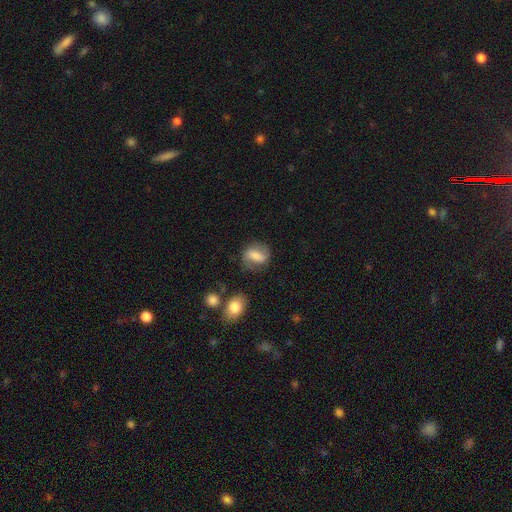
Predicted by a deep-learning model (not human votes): A featured or disk galaxy (50%).

Vote fractions:
- Smooth or featured? featured or disk: 50% / smooth: 42% / star or artifact: 8%
- Merging? none: 72% / minor disturbance: 18% / major disturbance: 8% / merger: 3%